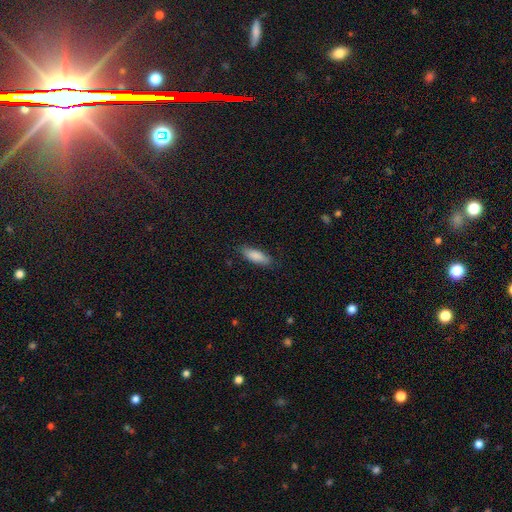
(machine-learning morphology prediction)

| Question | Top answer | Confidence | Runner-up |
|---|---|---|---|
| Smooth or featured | smooth | 88% | featured or disk (7%) |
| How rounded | in between | 65% | cigar-shaped (33%) |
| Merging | none | 82% | minor disturbance (14%) |